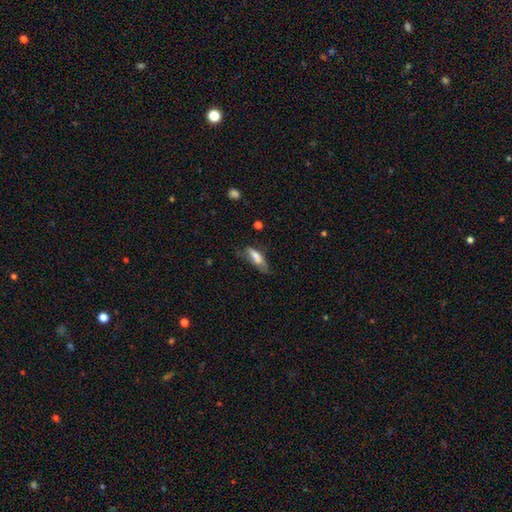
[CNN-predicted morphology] A smooth galaxy with no disk features (67%) that is in between round and cigar-shaped (58%).

Vote fractions:
- Smooth or featured? smooth: 67% / featured or disk: 26% / star or artifact: 7%
- How rounded? in between: 58% / cigar-shaped: 40% / round: 2%
- Merging? none: 47% / minor disturbance: 32% / major disturbance: 18% / merger: 3%